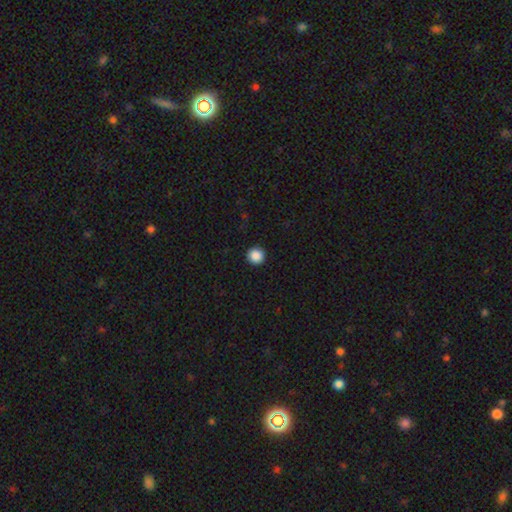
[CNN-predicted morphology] Overall: smooth (88%). How rounded: round (96%). Merging: none (93%).